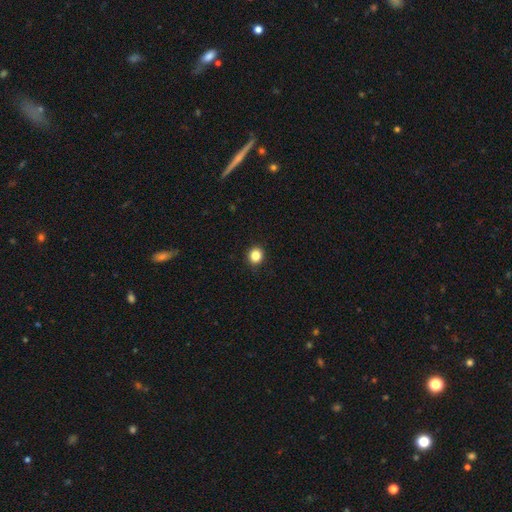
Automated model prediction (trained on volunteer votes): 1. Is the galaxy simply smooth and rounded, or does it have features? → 85% smooth, 11% star or artifact, 4% featured or disk.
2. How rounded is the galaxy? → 83% round, 16% in between, 1% cigar-shaped.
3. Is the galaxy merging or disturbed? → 92% none, 5% minor disturbance, 2% major disturbance, 1% merger.